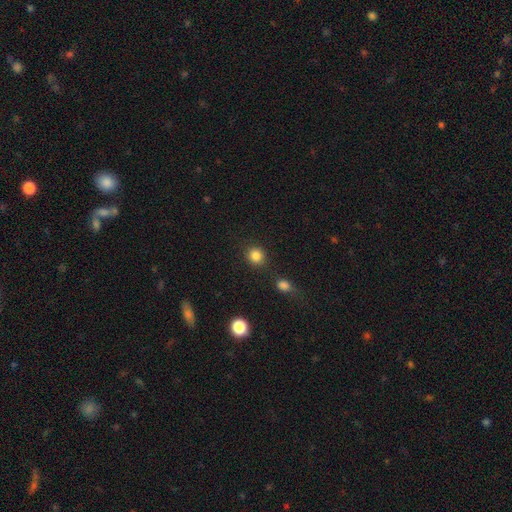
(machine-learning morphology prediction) A smooth galaxy with no disk features (84%) that is round (88%).

Vote fractions:
- Smooth or featured? smooth: 84% / star or artifact: 11% / featured or disk: 5%
- How rounded? round: 88% / in between: 10% / cigar-shaped: 1%
- Merging? none: 80% / minor disturbance: 9% / merger: 7% / major disturbance: 4%